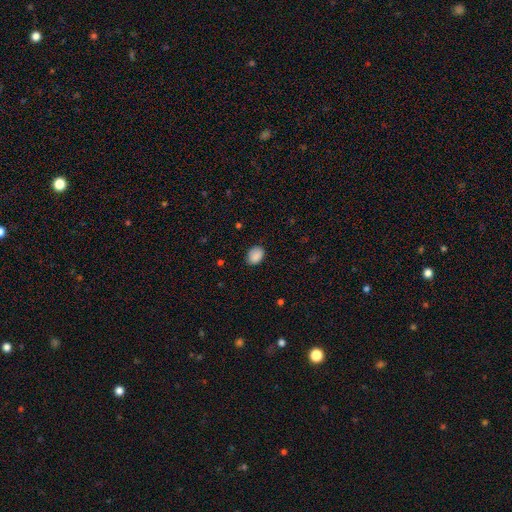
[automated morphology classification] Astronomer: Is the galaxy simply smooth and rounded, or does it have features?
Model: smooth — 88%.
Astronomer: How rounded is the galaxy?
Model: in between — 66%.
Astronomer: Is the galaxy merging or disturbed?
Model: none — 82%.